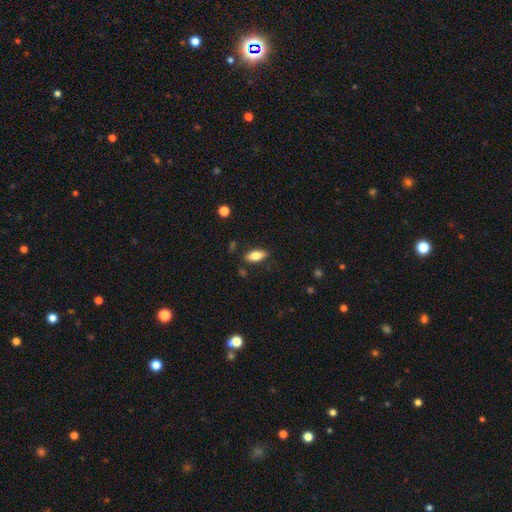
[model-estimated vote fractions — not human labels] Morphology: type=smooth (73%); roundness=in between (82%); merging=none (83%).